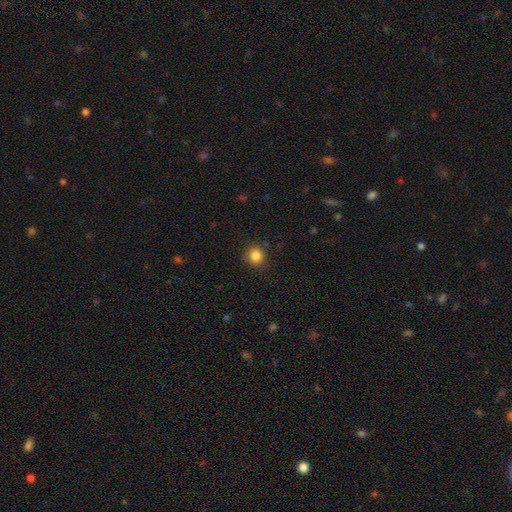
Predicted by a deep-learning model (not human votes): A smooth galaxy with no disk features (85%) that is round (84%). Merging: none (86%).